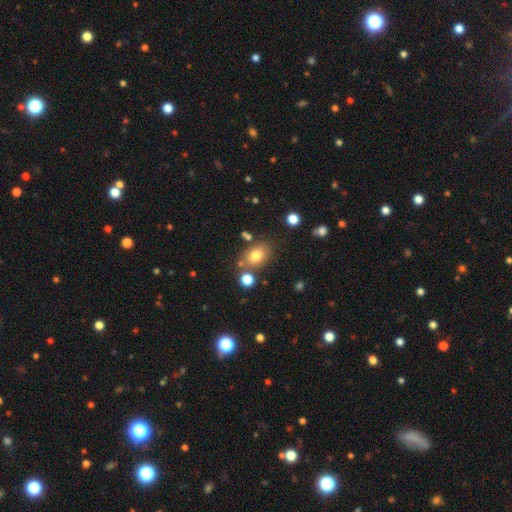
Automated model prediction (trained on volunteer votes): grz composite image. It shows a smooth galaxy with no disk features (77%) that is in between round and cigar-shaped (71%). Merging: none (73%).